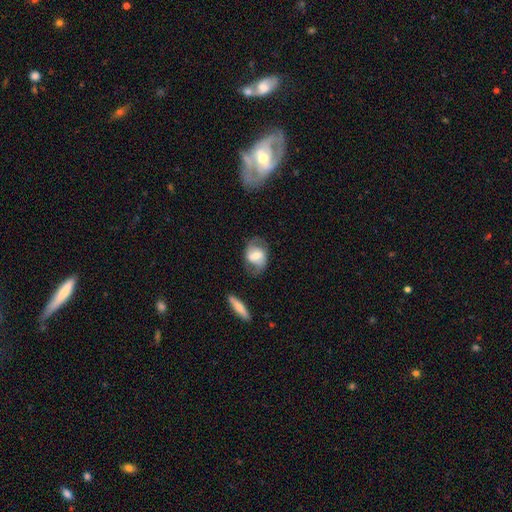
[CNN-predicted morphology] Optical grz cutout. It shows a featured or disk galaxy (51%). Merging: none (67%).